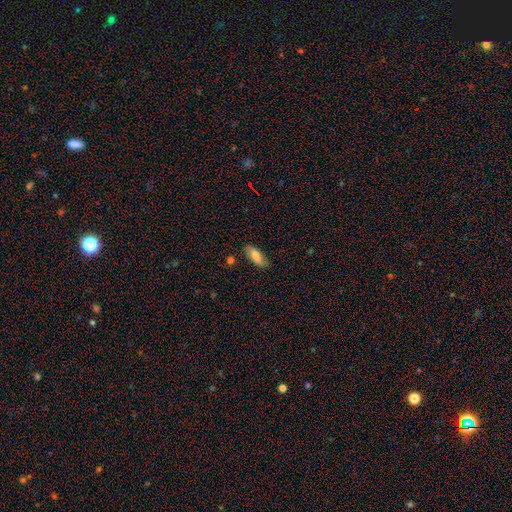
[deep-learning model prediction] This appears to be a smooth galaxy with no disk features (73%) that is in between round and cigar-shaped (77%). Merging: none (78%).